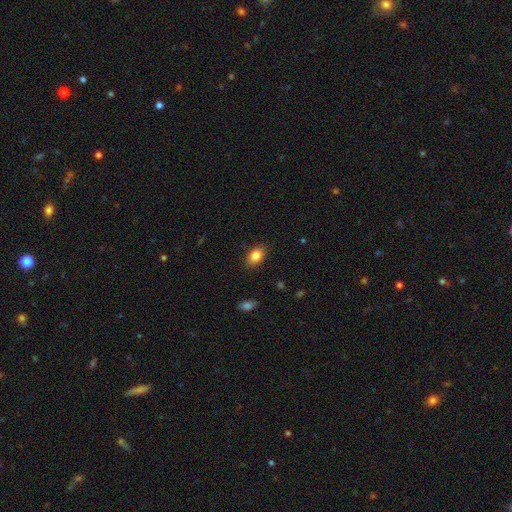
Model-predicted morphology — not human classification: Smooth or featured: smooth — 84% (star or artifact — 9%)
How rounded: in between — 81% (round — 17%)
Merging: none — 85% (minor disturbance — 11%)